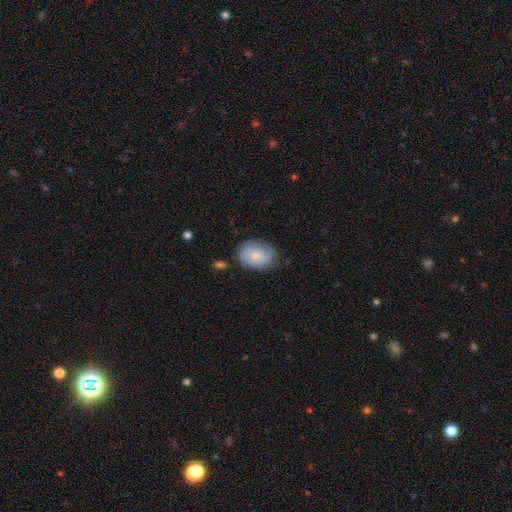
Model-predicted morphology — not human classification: This appears to be a smooth galaxy with no disk features (74%) that is in between round and cigar-shaped (72%). Merging: none (64%).